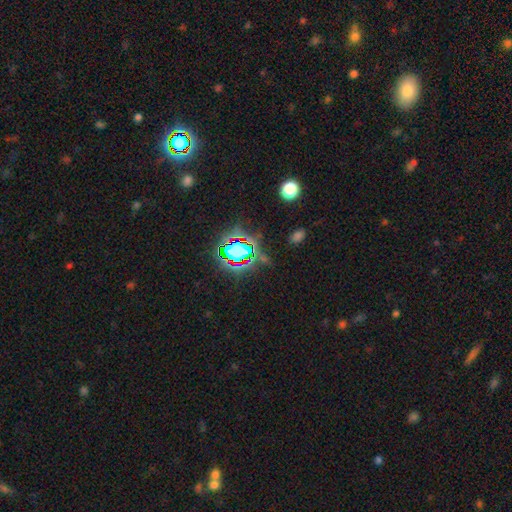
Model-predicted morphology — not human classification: This is likely a star or artifact rather than a galaxy (77%).